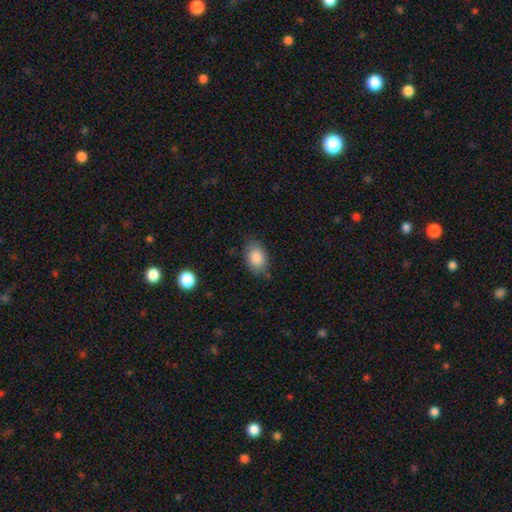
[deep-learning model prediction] This is clearly a smooth galaxy (85%). How rounded: clearly in between (82%). Merging: likely none (78%).